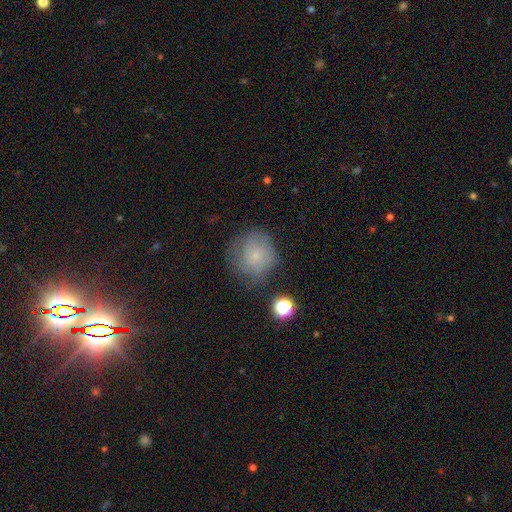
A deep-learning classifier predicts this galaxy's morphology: Smooth or featured? Predicted: smooth (p=0.57). How rounded? Predicted: round (p=0.86). Merging? Predicted: none (p=0.64).